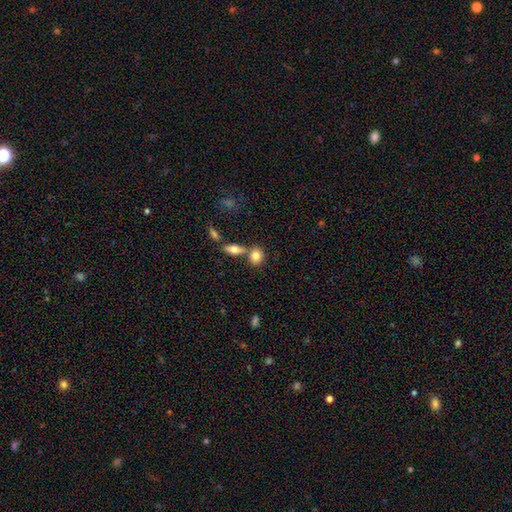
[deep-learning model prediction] Smooth or featured? smooth (82%)
How rounded? round (51%)
Merging? none (55%)